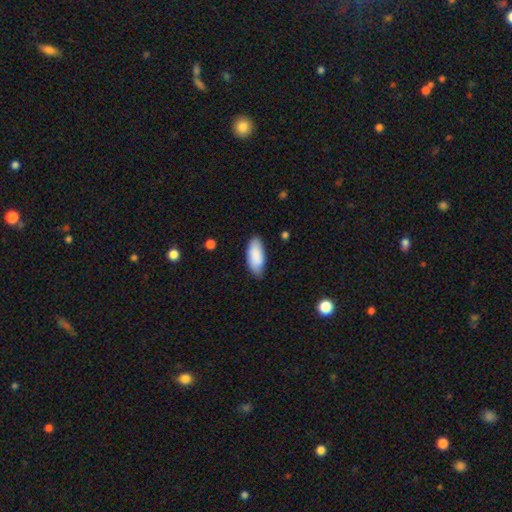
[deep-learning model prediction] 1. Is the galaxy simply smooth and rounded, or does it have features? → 87% smooth, 7% featured or disk, 6% star or artifact.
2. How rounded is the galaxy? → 86% in between, 12% cigar-shaped, 2% round.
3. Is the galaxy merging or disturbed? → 79% none, 17% minor disturbance, 3% major disturbance, 1% merger.